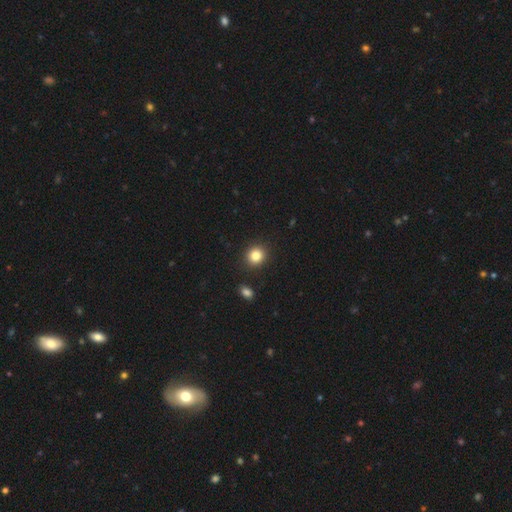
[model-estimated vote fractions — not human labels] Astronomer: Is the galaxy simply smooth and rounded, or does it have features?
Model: smooth — 84%.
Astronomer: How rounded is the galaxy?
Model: round — 83%.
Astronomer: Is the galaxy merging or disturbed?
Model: none — 90%.